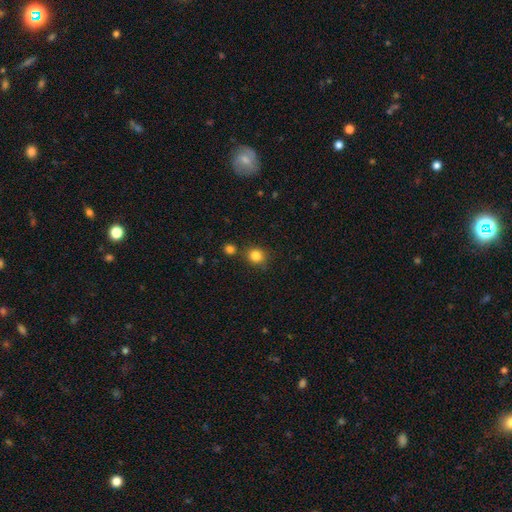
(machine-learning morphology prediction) Overall: smooth (83%). How rounded: round (84%). Merging: none (77%).